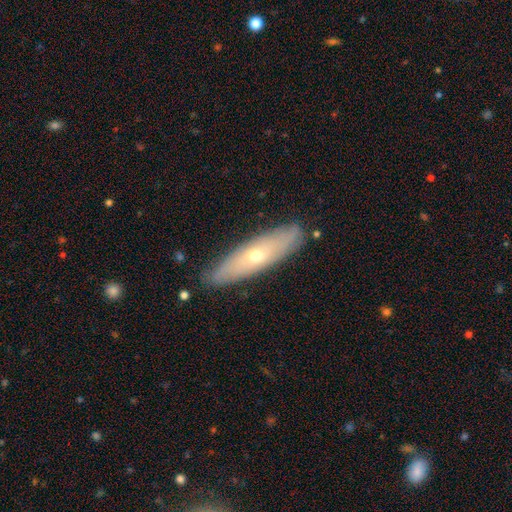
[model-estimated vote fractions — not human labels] Q: Smooth or featured?
A: featured or disk (49%); runner-up: smooth (44%)
Q: Merging?
A: none (84%); runner-up: minor disturbance (12%)